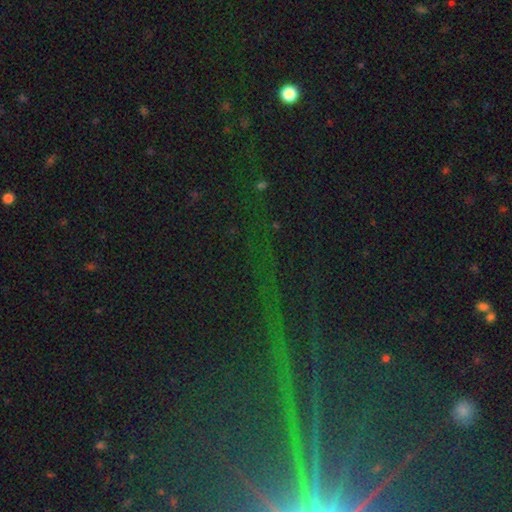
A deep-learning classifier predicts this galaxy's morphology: A star or artifact, not a galaxy (82%).